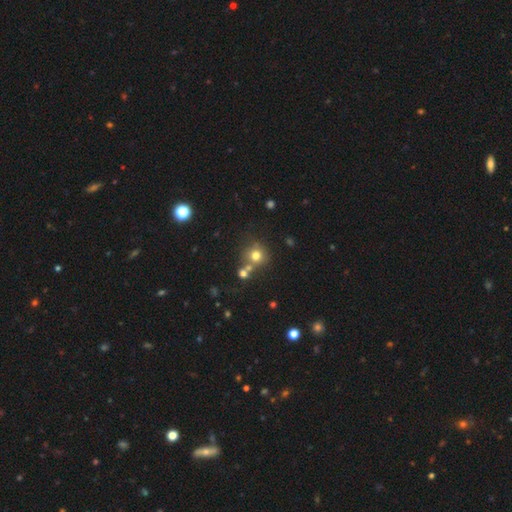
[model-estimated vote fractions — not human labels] A smooth galaxy with no disk features (73%) that is round (89%).

Vote fractions:
- Smooth or featured? smooth: 73% / star or artifact: 16% / featured or disk: 11%
- How rounded? round: 89% / in between: 10% / cigar-shaped: 1%
- Merging? none: 59% / merger: 26% / minor disturbance: 10% / major disturbance: 5%